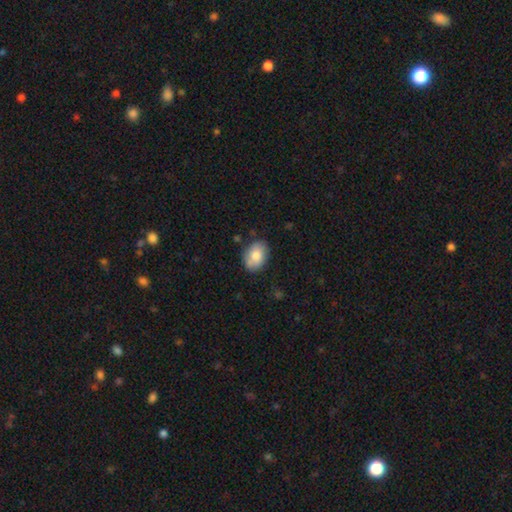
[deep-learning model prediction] smooth_or_featured: smooth (p=0.81) [alt: featured or disk p=0.12]
how_rounded: in between (p=0.80) [alt: round p=0.19]
merging: none (p=0.78) [alt: minor disturbance p=0.16]